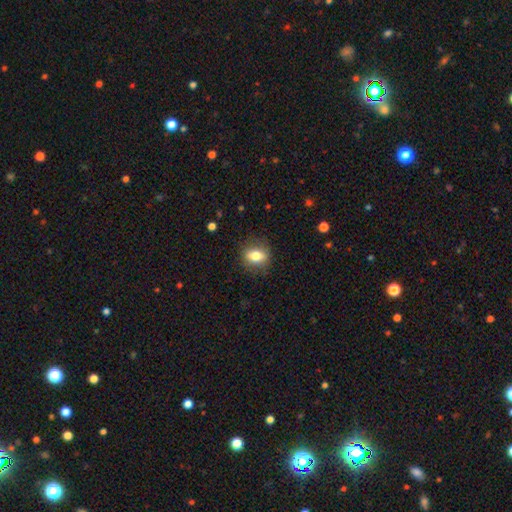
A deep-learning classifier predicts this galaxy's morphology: This appears to be a smooth galaxy with no disk features (76%) that is in between round and cigar-shaped (55%). Merging: none (83%).